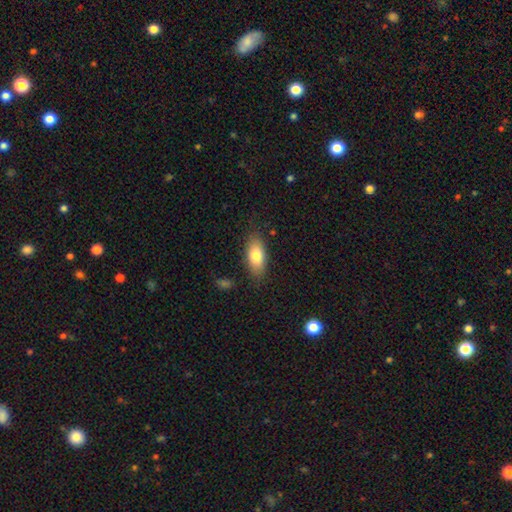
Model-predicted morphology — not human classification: Smooth or featured: smooth — 79% (featured or disk — 14%)
How rounded: in between — 87% (cigar-shaped — 9%)
Merging: none — 82% (minor disturbance — 13%)